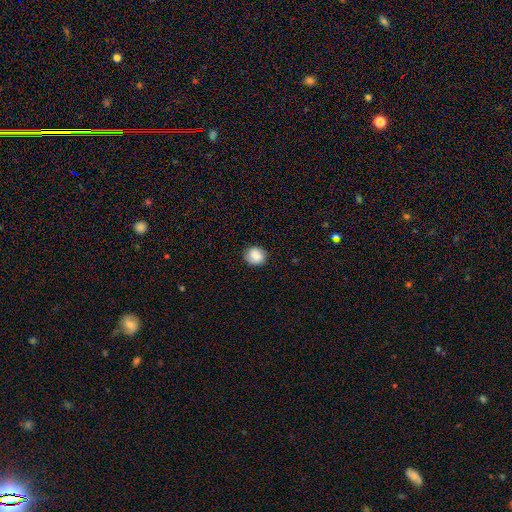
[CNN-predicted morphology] type=smooth (81%); roundness=round (75%); merging=none (84%).